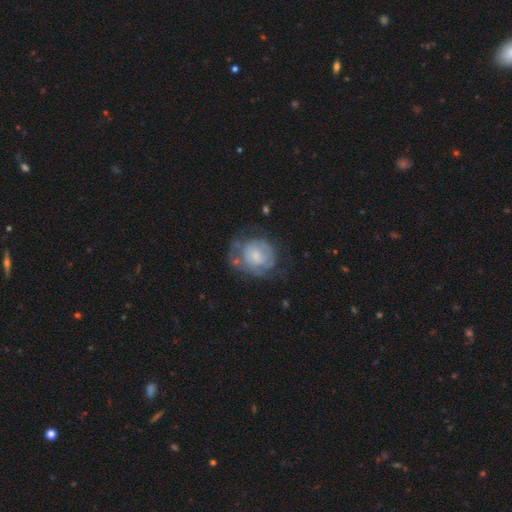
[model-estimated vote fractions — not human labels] featured or disk 58%, smooth 35%, star or artifact 7%. Down the decision tree: edge-on disk — no (97%); bar — no (76%); spiral arms — yes (68%); bulge size — small (63%); merging — none (50%).